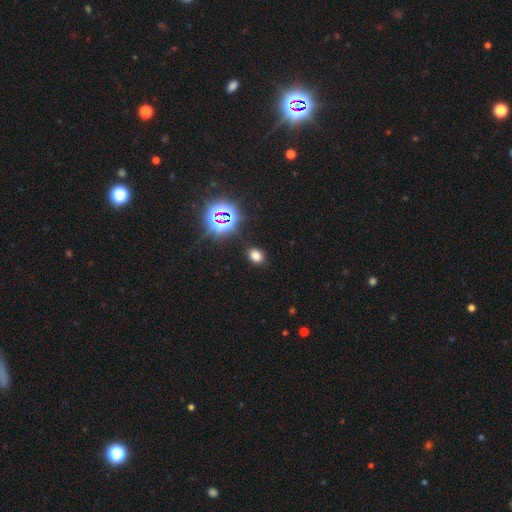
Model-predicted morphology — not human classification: Overall: smooth (70%). How rounded: in between (62%; round 37%). Merging: none (86%).